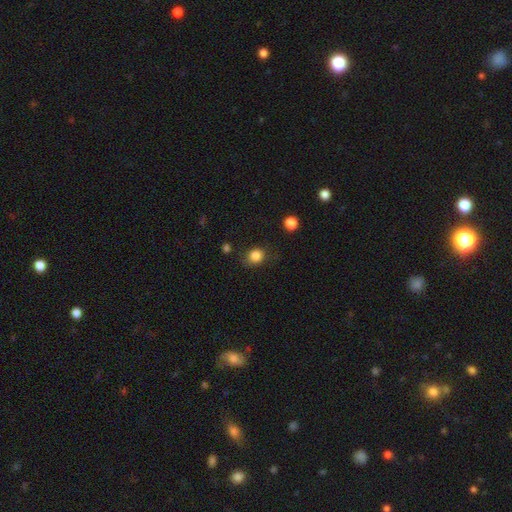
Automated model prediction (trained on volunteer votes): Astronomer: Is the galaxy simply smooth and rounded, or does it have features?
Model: smooth — 85%.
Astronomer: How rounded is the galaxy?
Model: round — 72%.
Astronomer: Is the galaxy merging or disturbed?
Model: none — 75%.